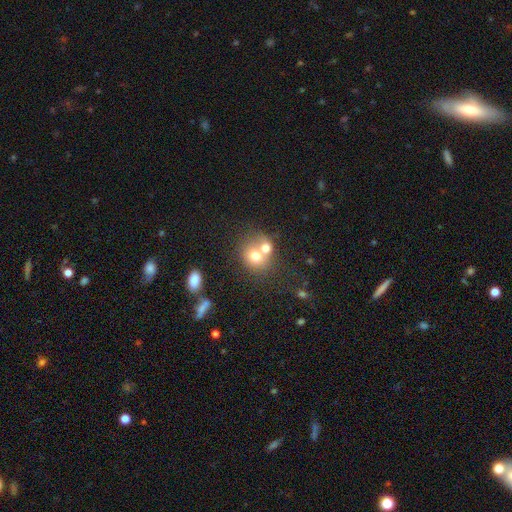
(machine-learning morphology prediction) smooth-or-featured: smooth: 68% | featured or disk: 21% | star or artifact: 11%
  how-rounded: round: 73% | in between: 26% | cigar-shaped: 1%
  merging: merger: 62% | none: 29% | minor disturbance: 6% | major disturbance: 3%